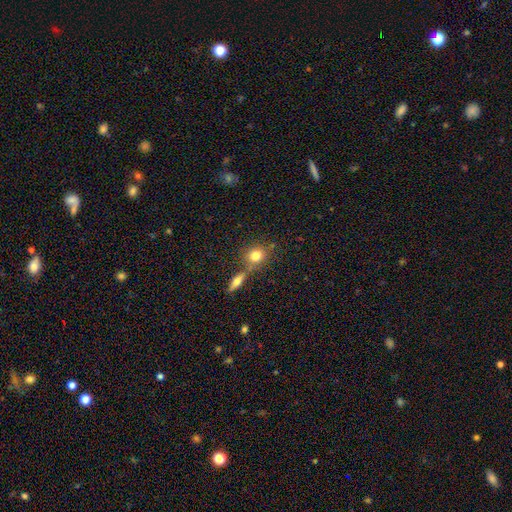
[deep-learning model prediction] A smooth galaxy with no disk features (78%) that is round (73%). Merging: none (63%).